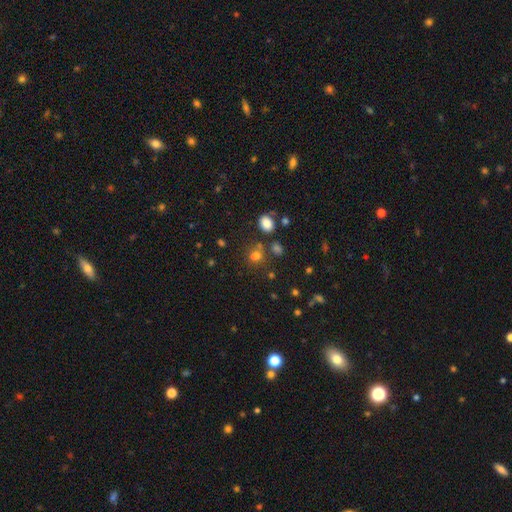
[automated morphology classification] smooth 69%, star or artifact 22%, featured or disk 9%. Down the decision tree: how rounded — round (60%); merging — none (59%).